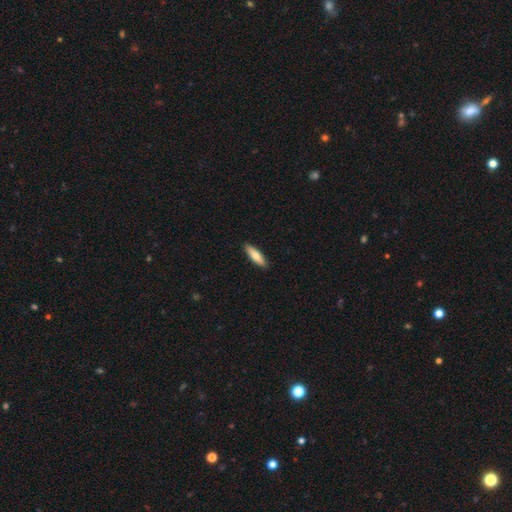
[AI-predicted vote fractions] A smooth galaxy with no disk features (73%) that is cigar-shaped (56%). Merging: none (90%).